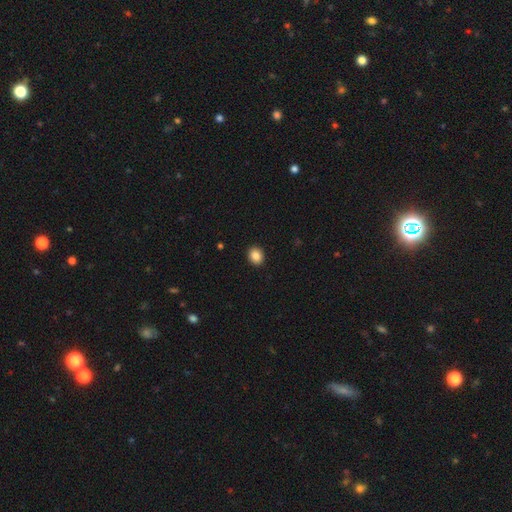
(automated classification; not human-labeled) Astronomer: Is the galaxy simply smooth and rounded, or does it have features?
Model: smooth — 87%.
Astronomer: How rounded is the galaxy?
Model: round — 59% (runner-up: in between, 40%).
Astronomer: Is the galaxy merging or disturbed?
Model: none — 92%.